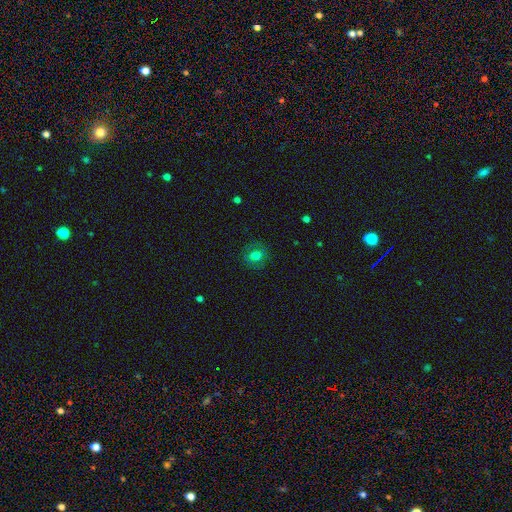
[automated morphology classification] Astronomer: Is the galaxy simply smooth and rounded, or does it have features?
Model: smooth — 71%.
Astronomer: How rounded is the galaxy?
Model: round — 73%.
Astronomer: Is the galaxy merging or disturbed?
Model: none — 84%.